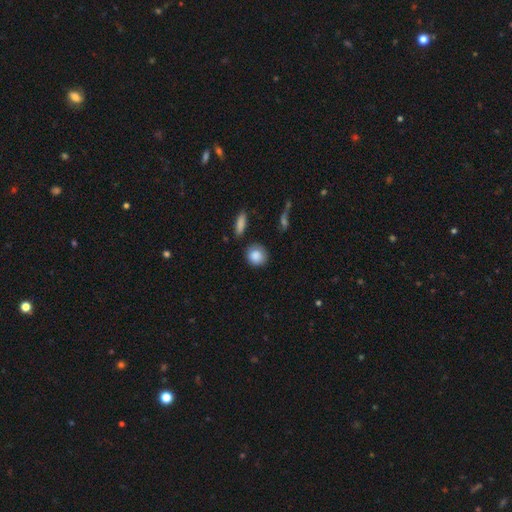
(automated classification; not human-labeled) The model was most divided on "how rounded": round: 80%, in between: 18%, cigar-shaped: 2%. More confident: smooth or featured — smooth (86%); merging — none (77%).